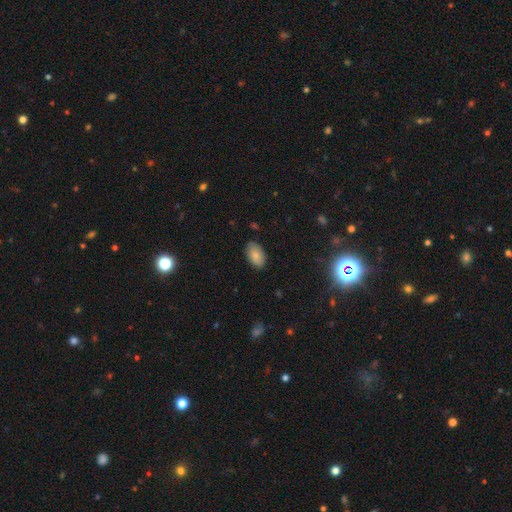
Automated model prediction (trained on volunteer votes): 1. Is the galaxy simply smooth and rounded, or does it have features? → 83% smooth, 9% featured or disk, 8% star or artifact.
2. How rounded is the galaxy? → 94% in between, 5% round, 1% cigar-shaped.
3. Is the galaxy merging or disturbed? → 84% none, 13% minor disturbance, 2% major disturbance, 1% merger.